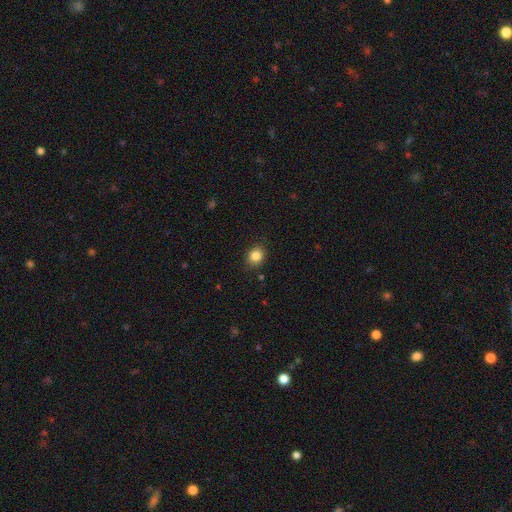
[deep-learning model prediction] Smooth or featured?
  - smooth: 84% *
  - star or artifact: 11%
  - featured or disk: 6%
How rounded?
  - round: 69% *
  - in between: 30%
  - cigar-shaped: 1%
Merging?
  - none: 87% *
  - minor disturbance: 9%
  - major disturbance: 2%
  - merger: 1%